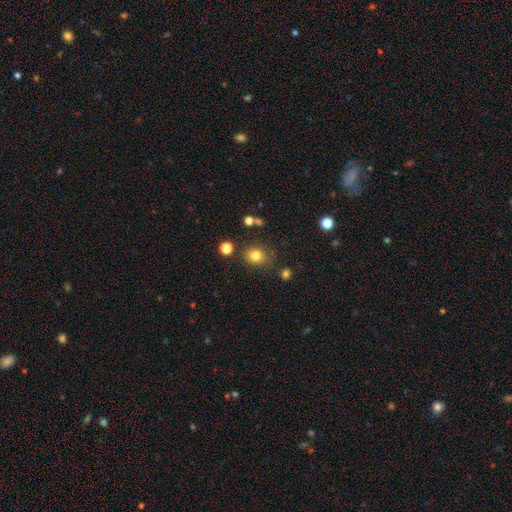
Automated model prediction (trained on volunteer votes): Smooth or featured: smooth — 80% (star or artifact — 13%)
How rounded: round — 68% (in between — 31%)
Merging: none — 80% (minor disturbance — 12%)